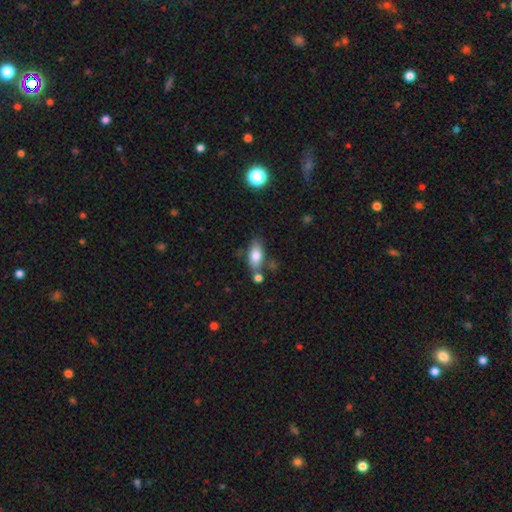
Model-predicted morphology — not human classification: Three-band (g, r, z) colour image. It shows a smooth galaxy with no disk features (77%) that is in between round and cigar-shaped (83%). Merging: none (62%).